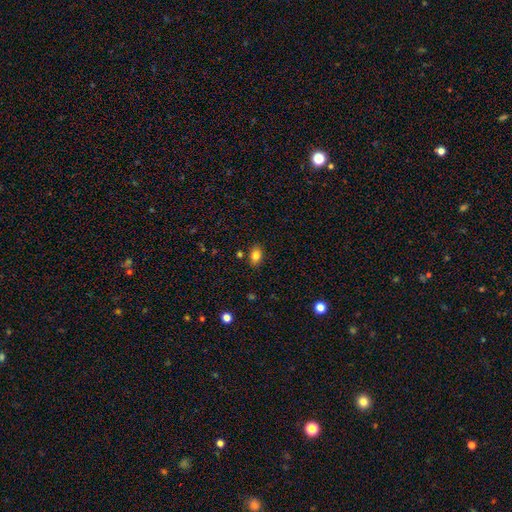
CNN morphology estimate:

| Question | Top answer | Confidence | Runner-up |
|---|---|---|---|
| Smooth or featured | smooth | 82% | star or artifact (10%) |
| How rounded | in between | 79% | round (20%) |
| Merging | none | 82% | minor disturbance (11%) |